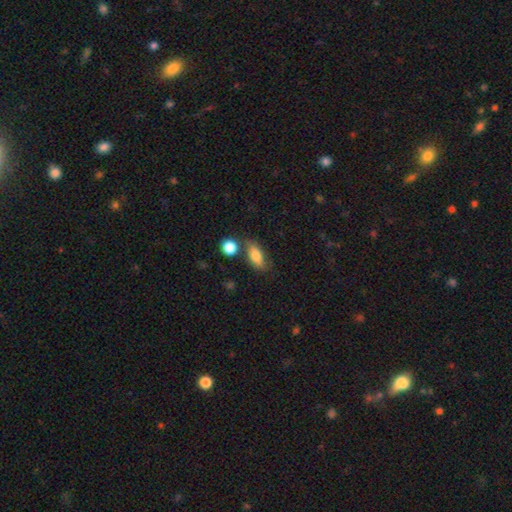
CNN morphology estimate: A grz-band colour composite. It shows a smooth galaxy with no disk features (78%) that is in between round and cigar-shaped (81%). Merging: none (69%).